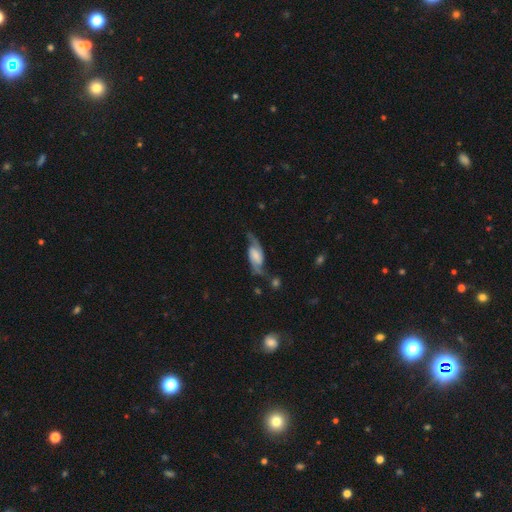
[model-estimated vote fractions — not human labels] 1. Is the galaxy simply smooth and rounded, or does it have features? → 82% featured or disk, 12% smooth, 6% star or artifact.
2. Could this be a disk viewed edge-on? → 93% no, 7% yes.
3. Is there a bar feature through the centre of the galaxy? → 41% weak, 36% no, 23% strong.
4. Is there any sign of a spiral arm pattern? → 95% yes, 5% no.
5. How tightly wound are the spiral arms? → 52% loose, 36% medium, 11% tight.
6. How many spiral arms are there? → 92% 2, 3% can't tell, 2% 1, 1% 3, 1% 4, 1% more than 4.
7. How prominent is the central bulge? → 30% none, 23% small, 21% large, 21% moderate, 5% dominant.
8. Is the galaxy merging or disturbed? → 65% none, 19% minor disturbance, 11% major disturbance, 5% merger.